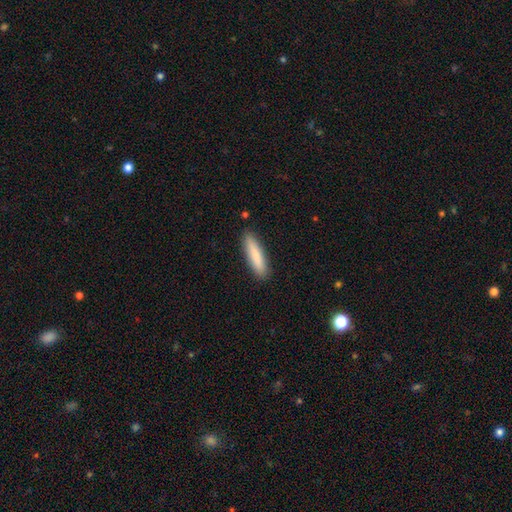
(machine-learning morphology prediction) smooth 83%, featured or disk 11%, star or artifact 6%. Down the decision tree: how rounded — cigar-shaped (79%); merging — none (87%).